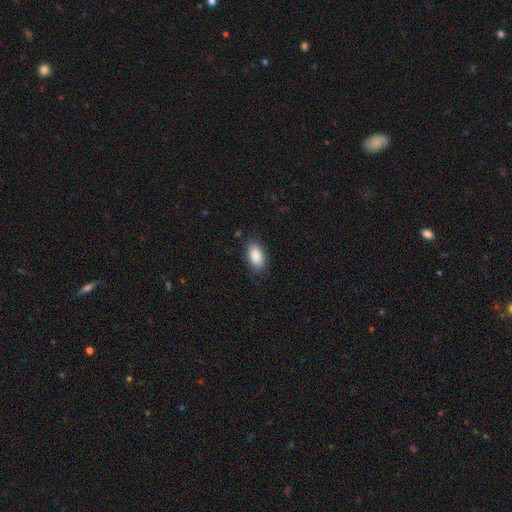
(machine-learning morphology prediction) This appears to be a smooth galaxy with no disk features (89%) that is in between round and cigar-shaped (93%). Merging: none (84%).